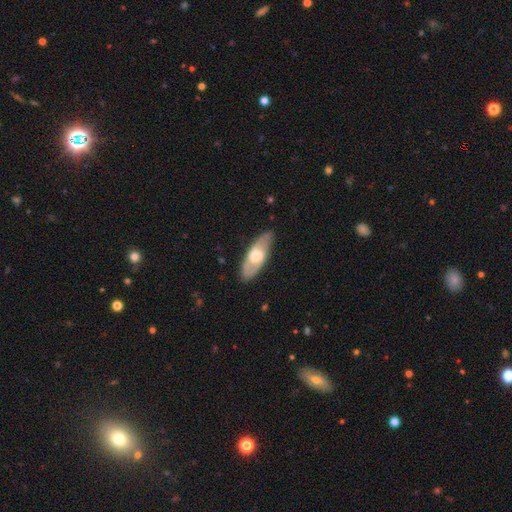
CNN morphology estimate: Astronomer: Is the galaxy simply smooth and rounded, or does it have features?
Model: featured or disk — 52% (runner-up: smooth, 43%).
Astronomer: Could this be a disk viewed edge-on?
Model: no — 71%.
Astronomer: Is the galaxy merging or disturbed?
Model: none — 81%.